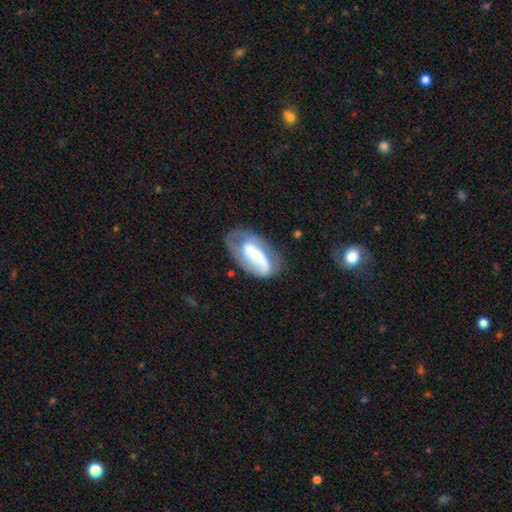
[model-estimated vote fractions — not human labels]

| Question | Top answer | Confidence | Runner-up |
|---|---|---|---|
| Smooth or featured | featured or disk | 63% | smooth (31%) |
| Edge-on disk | no | 95% | yes (5%) |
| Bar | no | 56% | weak (27%) |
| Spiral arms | yes | 74% | no (26%) |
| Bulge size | small | 42% | moderate (26%) |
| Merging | none | 43% | minor disturbance (26%) |